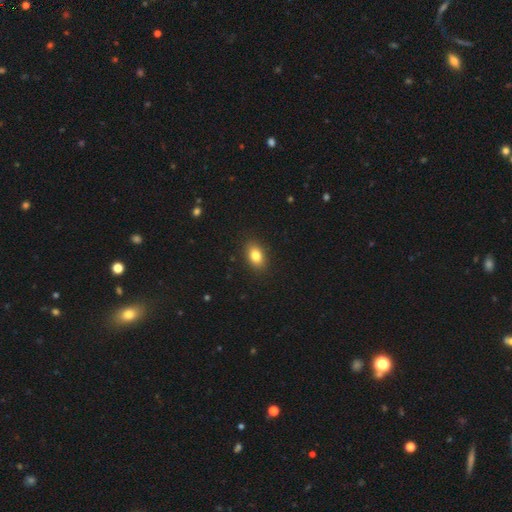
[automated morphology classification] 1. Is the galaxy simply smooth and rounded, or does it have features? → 82% smooth, 9% star or artifact, 9% featured or disk.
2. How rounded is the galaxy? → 82% in between, 16% round, 2% cigar-shaped.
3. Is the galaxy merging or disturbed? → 89% none, 8% minor disturbance, 2% major disturbance, 1% merger.